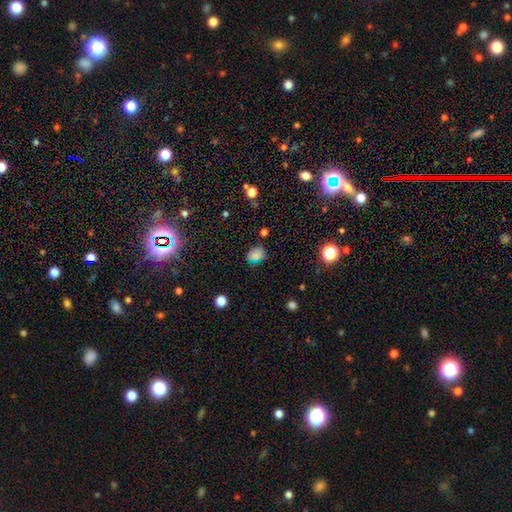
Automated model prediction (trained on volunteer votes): Q: Smooth or featured?
A: smooth (77%); runner-up: star or artifact (15%)
Q: How rounded?
A: in between (65%); runner-up: round (34%)
Q: Merging?
A: none (69%); runner-up: minor disturbance (22%)